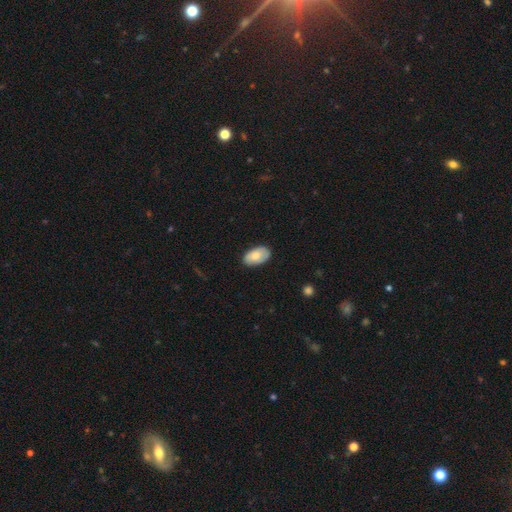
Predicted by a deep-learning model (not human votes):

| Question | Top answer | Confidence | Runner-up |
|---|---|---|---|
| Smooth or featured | smooth | 77% | featured or disk (17%) |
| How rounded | in between | 94% | round (4%) |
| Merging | none | 81% | minor disturbance (15%) |